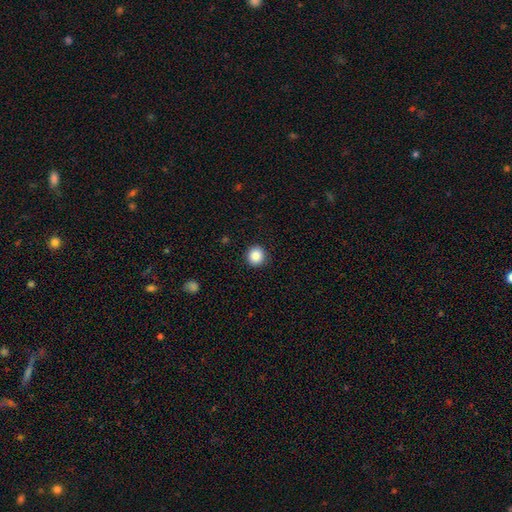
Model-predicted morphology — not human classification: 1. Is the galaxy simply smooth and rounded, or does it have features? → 87% smooth, 9% star or artifact, 4% featured or disk.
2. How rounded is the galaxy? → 92% round, 7% in between, 1% cigar-shaped.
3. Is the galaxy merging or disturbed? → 91% none, 6% minor disturbance, 2% major disturbance, 1% merger.